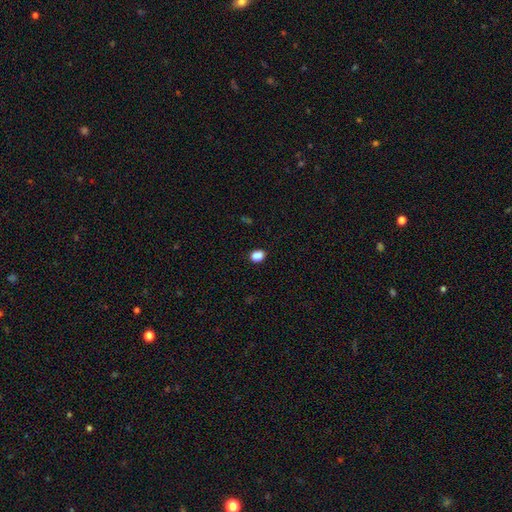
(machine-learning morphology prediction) Smooth or featured? smooth (85%)
How rounded? in between (60%)
Merging? none (82%)